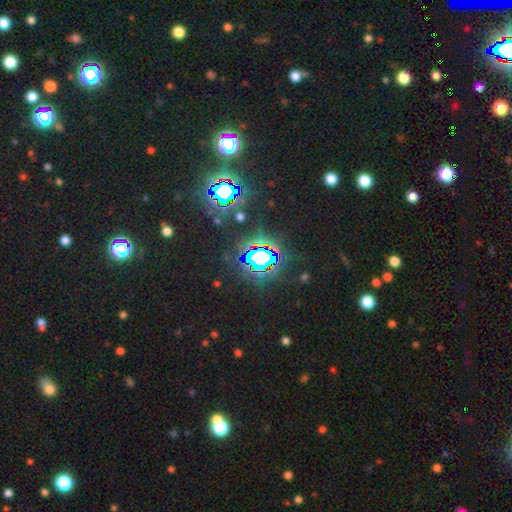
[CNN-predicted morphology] Overall: star or artifact (78%).